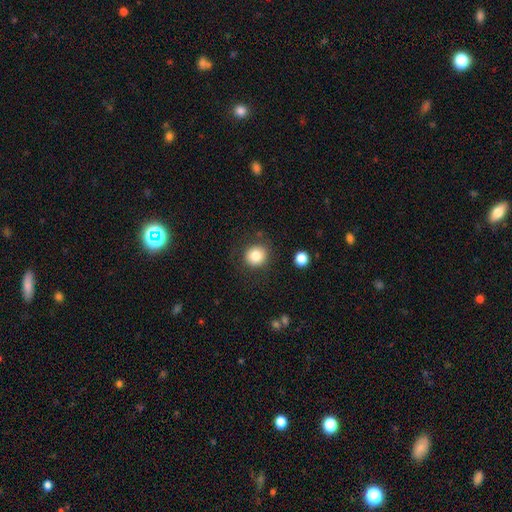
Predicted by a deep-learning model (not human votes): The model was most divided on "smooth or featured": smooth: 81%, star or artifact: 10%, featured or disk: 8%. More confident: how rounded — round (87%); merging — none (84%).